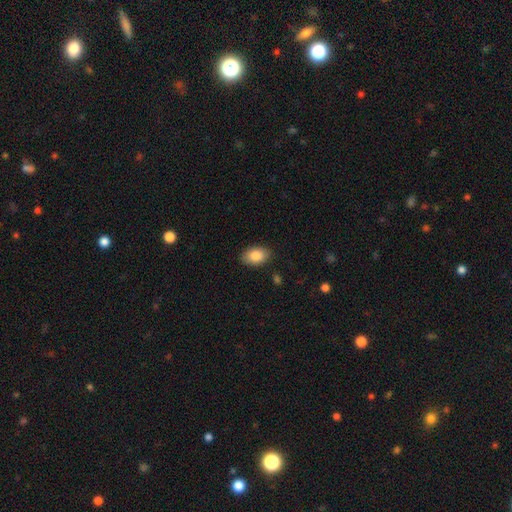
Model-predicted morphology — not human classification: Smooth or featured: smooth — 86% (featured or disk — 7%)
How rounded: in between — 90% (round — 9%)
Merging: none — 86% (minor disturbance — 10%)